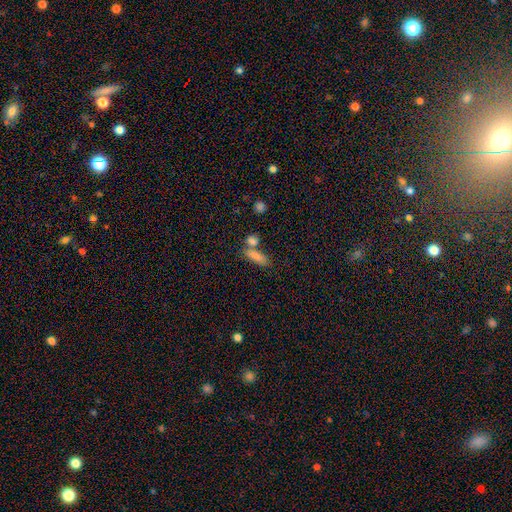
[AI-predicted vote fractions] Smooth or featured? smooth (80%)
How rounded? in between (53%)
Merging? none (52%)